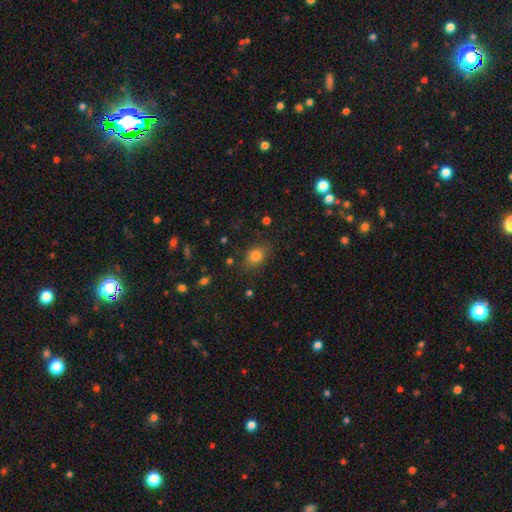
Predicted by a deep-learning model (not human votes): A smooth galaxy with no disk features (79%) that is in between round and cigar-shaped (58%). Merging: none (80%).